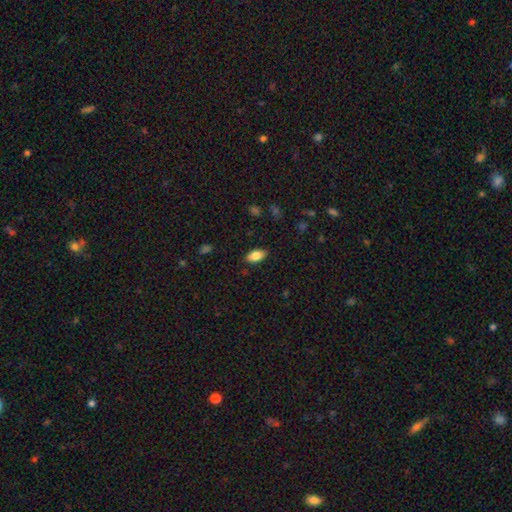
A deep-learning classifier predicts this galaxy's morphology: Smooth or featured: smooth — 83% (featured or disk — 10%)
How rounded: in between — 91% (cigar-shaped — 5%)
Merging: none — 86% (minor disturbance — 10%)